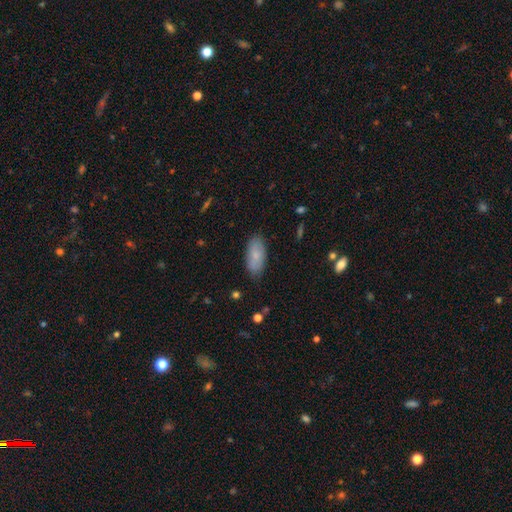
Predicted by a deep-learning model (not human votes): Smooth or featured? Predicted: smooth (p=0.79). How rounded? Predicted: in between (p=0.89). Merging? Predicted: none (p=0.84).